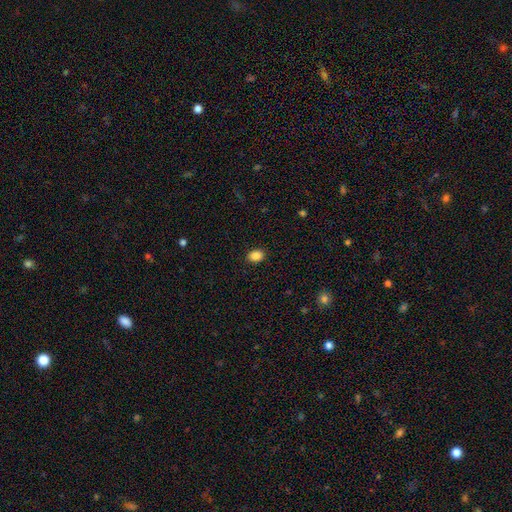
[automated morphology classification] Smooth or featured?
  - smooth: 87% *
  - star or artifact: 9%
  - featured or disk: 4%
How rounded?
  - in between: 74% *
  - round: 25%
  - cigar-shaped: 1%
Merging?
  - none: 90% *
  - minor disturbance: 7%
  - major disturbance: 2%
  - merger: 1%